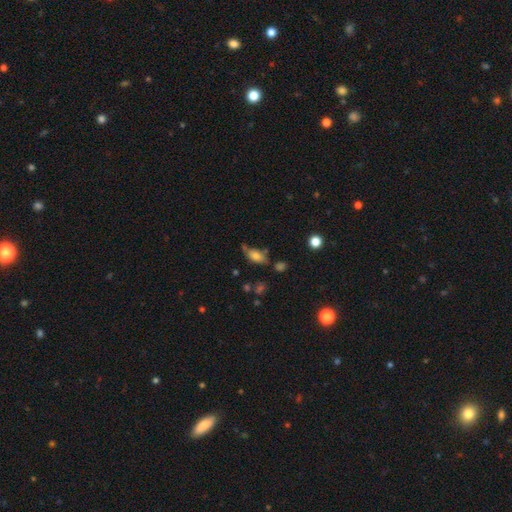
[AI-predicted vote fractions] A smooth galaxy with no disk features (76%) that is in between round and cigar-shaped (88%).

Vote fractions:
- Smooth or featured? smooth: 76% / featured or disk: 14% / star or artifact: 10%
- How rounded? in between: 88% / cigar-shaped: 7% / round: 5%
- Merging? none: 59% / minor disturbance: 23% / merger: 11% / major disturbance: 7%